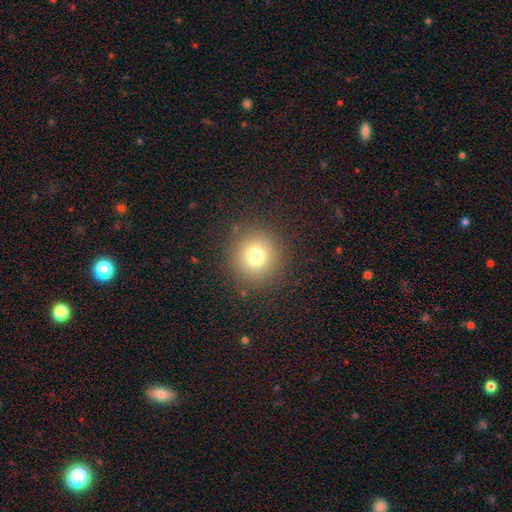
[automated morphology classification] Overall: smooth (75%). How rounded: round (93%). Merging: none (88%).